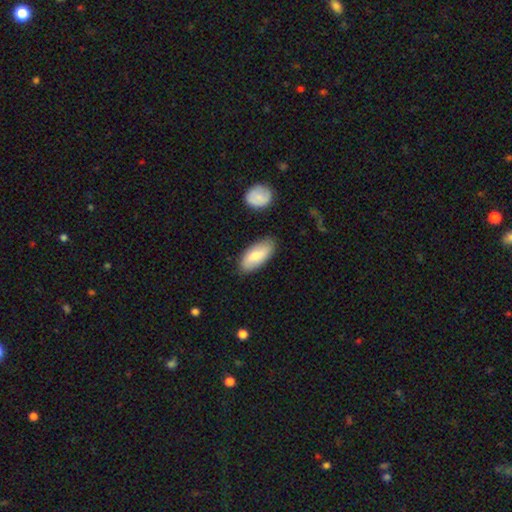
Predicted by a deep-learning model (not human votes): Overall: smooth (68%). How rounded: in between (86%). Merging: none (79%).